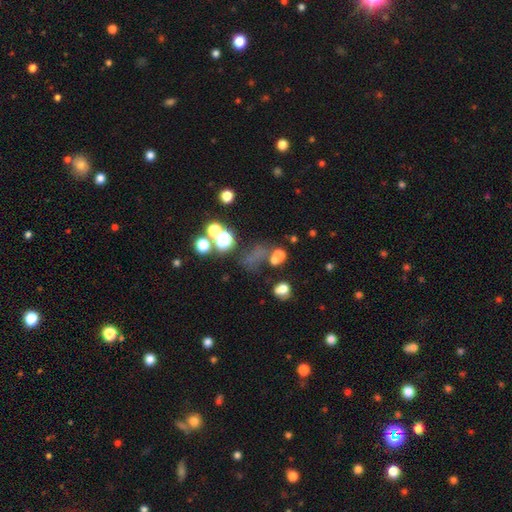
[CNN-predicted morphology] smooth-or-featured: star or artifact: 43% | smooth: 41% | featured or disk: 16%